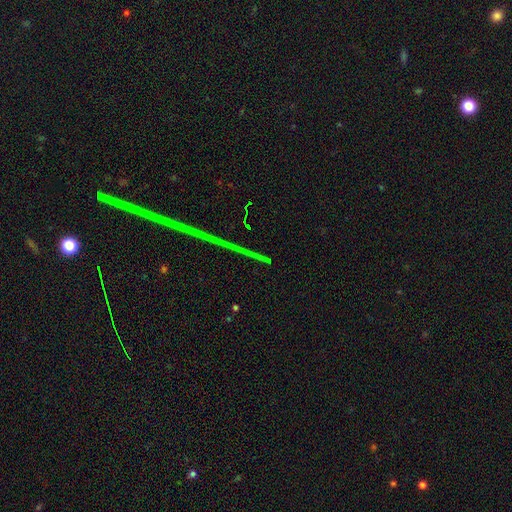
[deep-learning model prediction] Smooth or featured?
  - star or artifact: 85% *
  - featured or disk: 9%
  - smooth: 6%